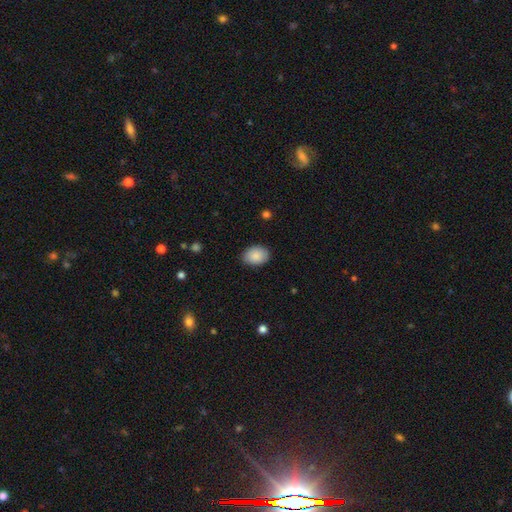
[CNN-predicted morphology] A smooth galaxy with no disk features (88%) that is in between round and cigar-shaped (76%).

Vote fractions:
- Smooth or featured? smooth: 88% / star or artifact: 7% / featured or disk: 5%
- How rounded? in between: 76% / round: 23% / cigar-shaped: 1%
- Merging? none: 84% / minor disturbance: 12% / major disturbance: 2% / merger: 1%